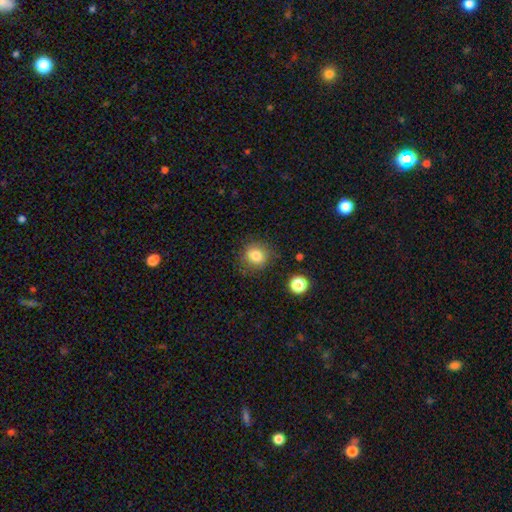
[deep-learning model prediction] This is clearly a smooth galaxy (80%). How rounded: clearly round (81%). Merging: likely none (80%).